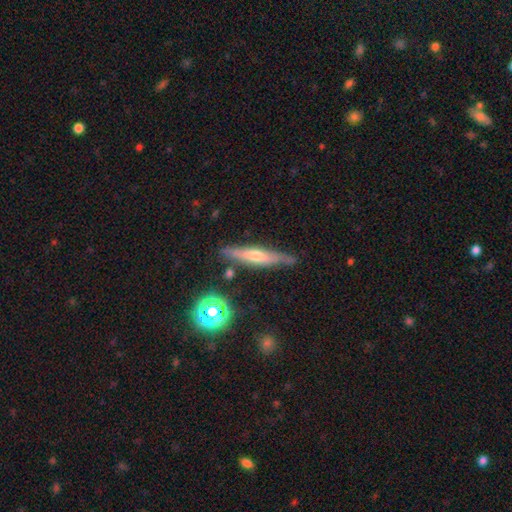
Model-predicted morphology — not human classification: Smooth or featured: featured or disk — 56% (smooth — 34%)
Edge-on disk: yes — 90% (no — 10%)
Edge-on bulge: rounded — 76% (none — 14%)
Merging: none — 79% (minor disturbance — 15%)